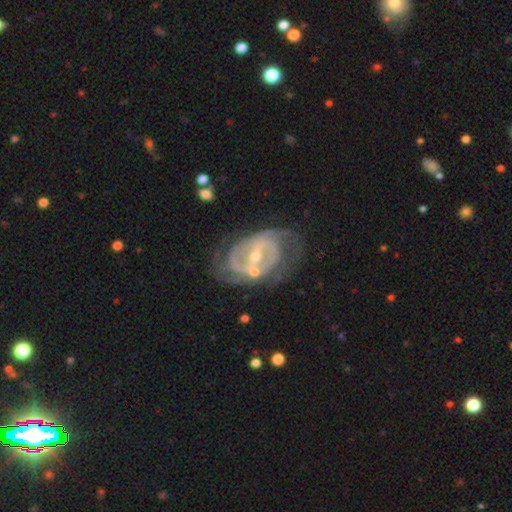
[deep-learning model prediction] Smooth or featured?
  - featured or disk: 87% *
  - smooth: 7%
  - star or artifact: 6%
Edge-on disk?
  - no: 97% *
  - yes: 3%
Bar?
  - weak: 43% *
  - strong: 35%
  - no: 22%
Spiral arms?
  - yes: 91% *
  - no: 9%
Spiral winding?
  - tight: 51% *
  - medium: 39%
  - loose: 11%
Spiral arm count?
  - 2: 55% *
  - can't tell: 20%
  - 3: 14%
  - 1: 4%
  - 4: 4%
  - more than 4: 3%
Bulge size?
  - small: 62% *
  - moderate: 34%
  - none: 2%
  - large: 1%
  - dominant: 1%
Merging?
  - none: 60% *
  - minor disturbance: 21%
  - major disturbance: 13%
  - merger: 7%